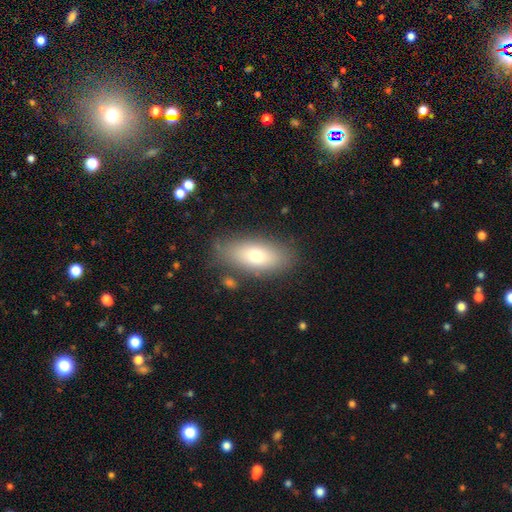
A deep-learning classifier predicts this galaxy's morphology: Overall: smooth (73%). How rounded: in between (80%). Merging: none (81%).